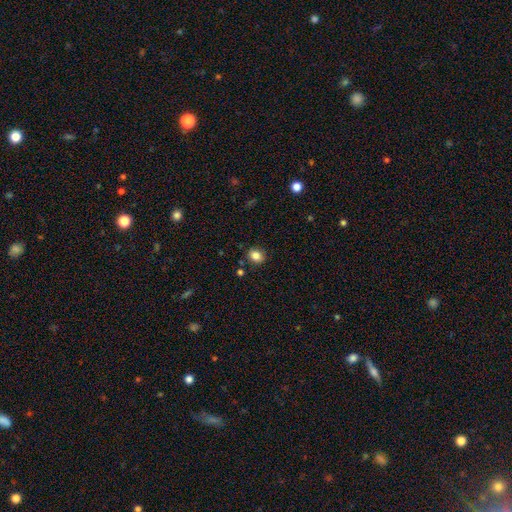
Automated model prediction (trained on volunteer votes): smooth_or_featured: smooth (p=0.83) [alt: star or artifact p=0.11]
how_rounded: round (p=0.60) [alt: in between p=0.39]
merging: none (p=0.87) [alt: minor disturbance p=0.09]